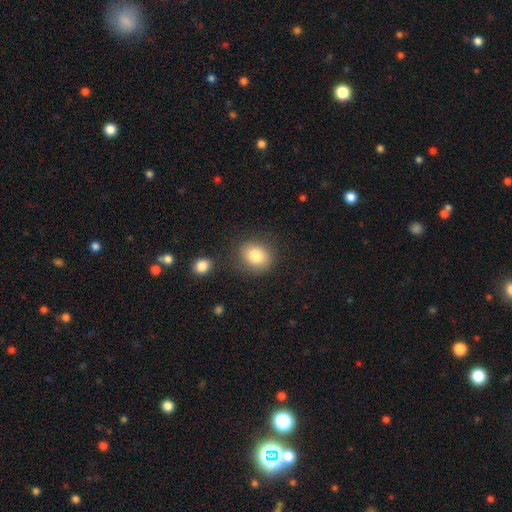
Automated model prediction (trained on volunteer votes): Smooth or featured: smooth — 83% (star or artifact — 9%)
How rounded: round — 63% (in between — 36%)
Merging: none — 78% (minor disturbance — 13%)